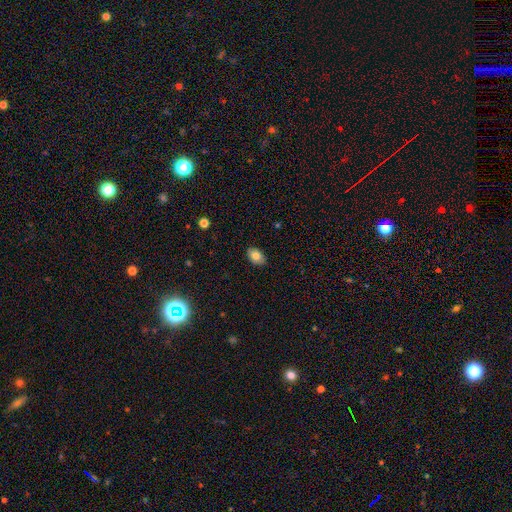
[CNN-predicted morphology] Smooth or featured? smooth (81%)
How rounded? in between (86%)
Merging? none (87%)